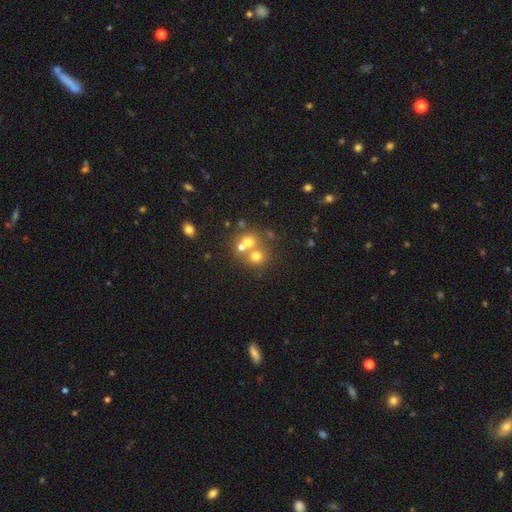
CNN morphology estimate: smooth 50%, star or artifact 27%, featured or disk 23%. Down the decision tree: merging — merger (49%).